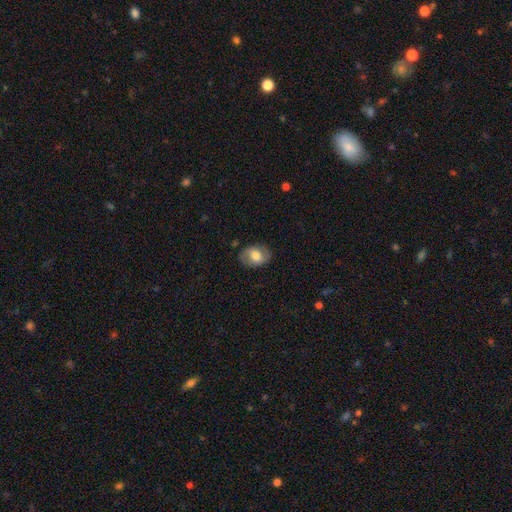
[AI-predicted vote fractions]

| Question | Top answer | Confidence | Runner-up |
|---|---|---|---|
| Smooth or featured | smooth | 63% | featured or disk (29%) |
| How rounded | in between | 74% | round (25%) |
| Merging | none | 81% | minor disturbance (14%) |